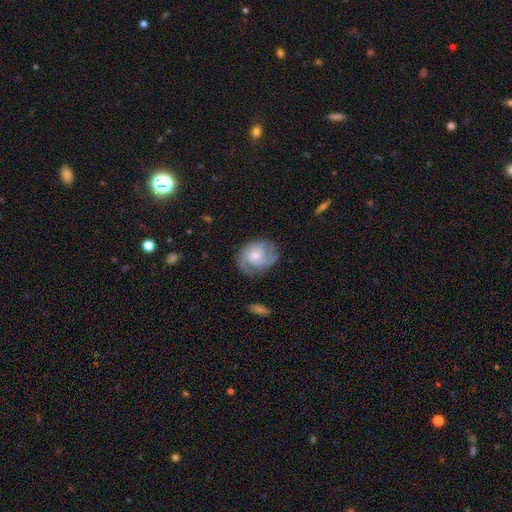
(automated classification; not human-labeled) smooth-or-featured: featured or disk: 75% | smooth: 20% | star or artifact: 6%
  disk-edge-on: no: 98% | yes: 2%
    bar: no: 51% | weak: 44% | strong: 6%
    has-spiral-arms: yes: 93% | no: 7%
      spiral-winding: tight: 44% | medium: 43% | loose: 14%
      spiral-arm-count: 2: 43% | can't tell: 22% | 3: 21% | 1: 6% | 4: 4% | more than 4: 3%
    bulge-size: moderate: 45% (tied) | small: 45% (tied) | none: 5% | large: 4% | dominant: 1%
  merging: none: 68% | minor disturbance: 21% | major disturbance: 9% | merger: 2%